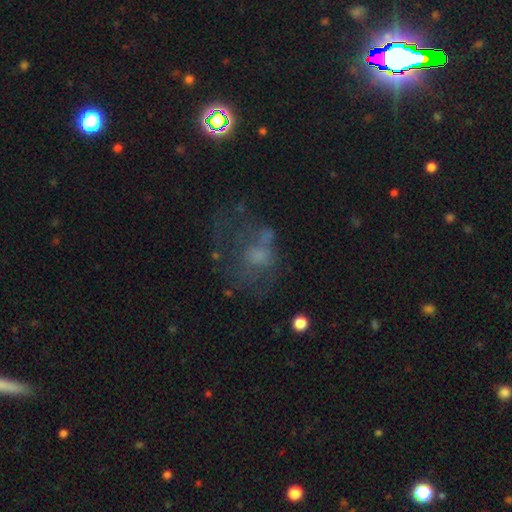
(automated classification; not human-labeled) The model was most divided on "smooth or featured": featured or disk: 38%, star or artifact: 32%, smooth: 30%. Remaining: merging — none (44%).